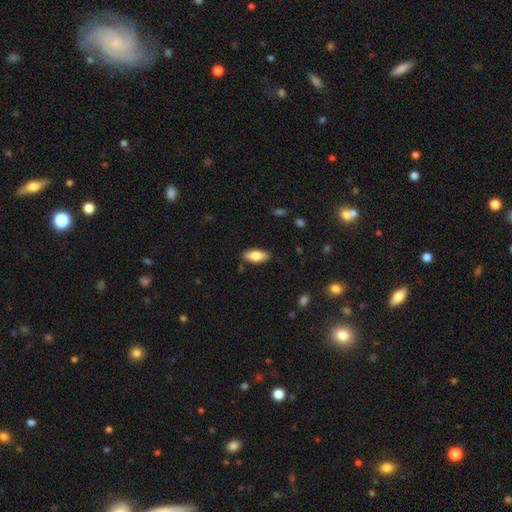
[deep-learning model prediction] Morphology: type=smooth (81%); roundness=in between (86%); merging=none (87%).